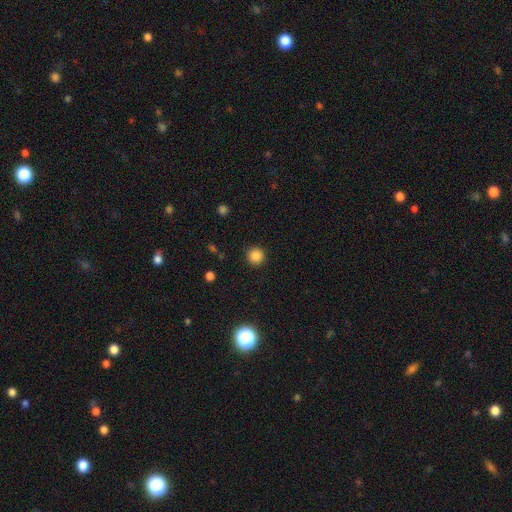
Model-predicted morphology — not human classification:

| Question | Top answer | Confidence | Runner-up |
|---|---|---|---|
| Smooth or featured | smooth | 85% | star or artifact (11%) |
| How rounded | round | 95% | in between (4%) |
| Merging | none | 92% | minor disturbance (5%) |